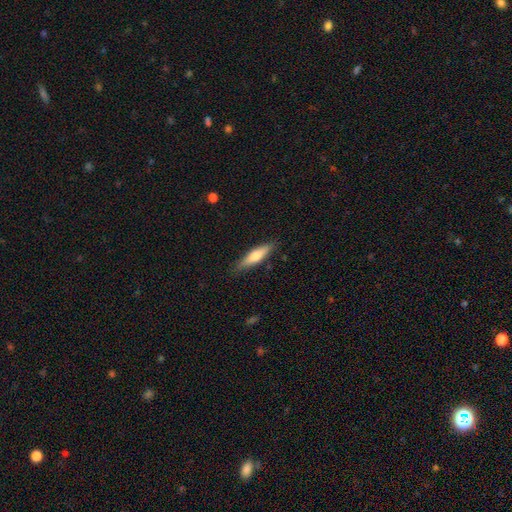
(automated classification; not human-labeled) smooth 61%, featured or disk 33%, star or artifact 6%. Down the decision tree: how rounded — cigar-shaped (72%); merging — none (85%).